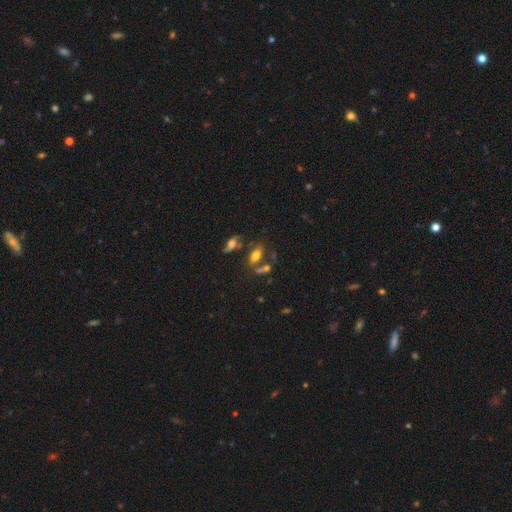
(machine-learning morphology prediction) The model was most divided on "merging": none: 52%, merger: 26%, minor disturbance: 14%, major disturbance: 8%. More confident: how rounded — in between (81%); smooth or featured — smooth (62%).